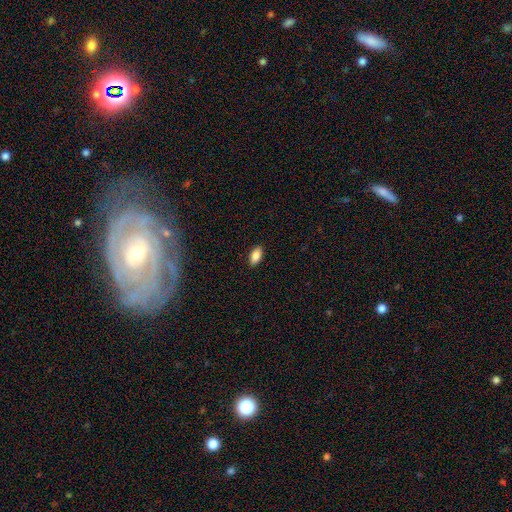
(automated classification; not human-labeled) A smooth galaxy with no disk features (87%) that is in between round and cigar-shaped (93%). Merging: none (89%).